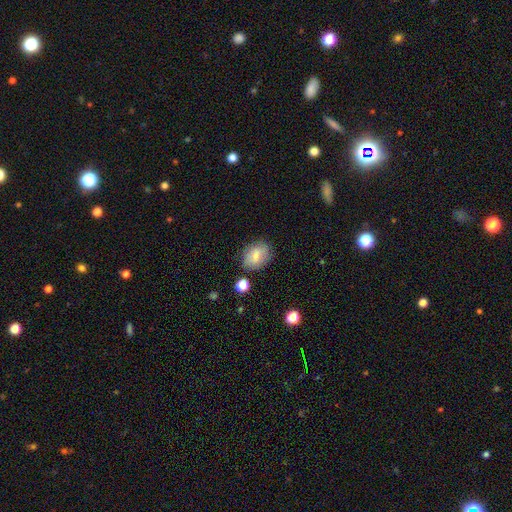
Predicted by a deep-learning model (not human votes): Morphology: type=smooth (71%); roundness=in between (60%); merging=none (76%).